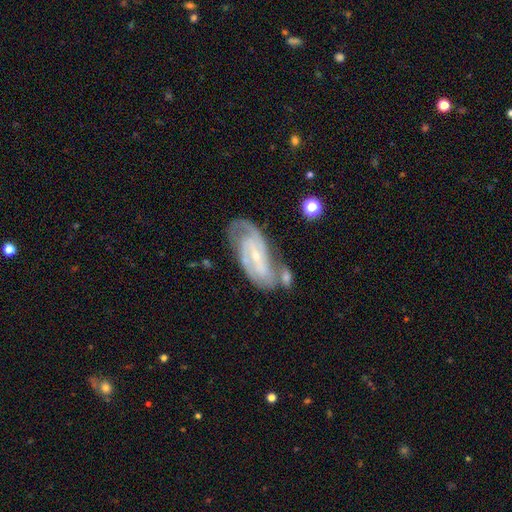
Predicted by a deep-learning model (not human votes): Smooth or featured? featured or disk (86%)
Edge-on disk? no (94%)
Bar? weak (40%)
Spiral arms? yes (96%)
Spiral winding? tight (48%)
Spiral arm count? 2 (69%)
Bulge size? small (74%)
Merging? none (50%)